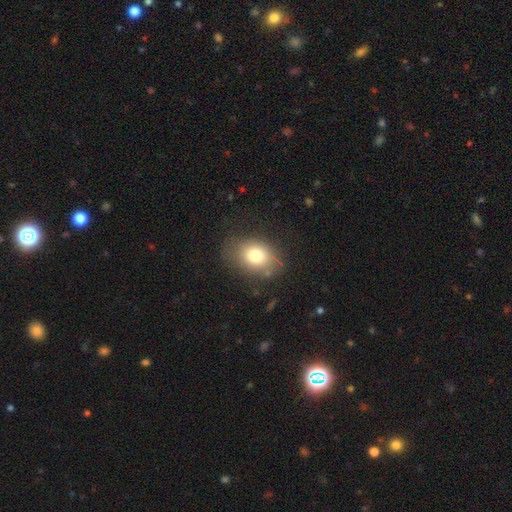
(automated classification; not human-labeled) Morphology: type=smooth (76%); roundness=in between (66%); merging=none (74%).